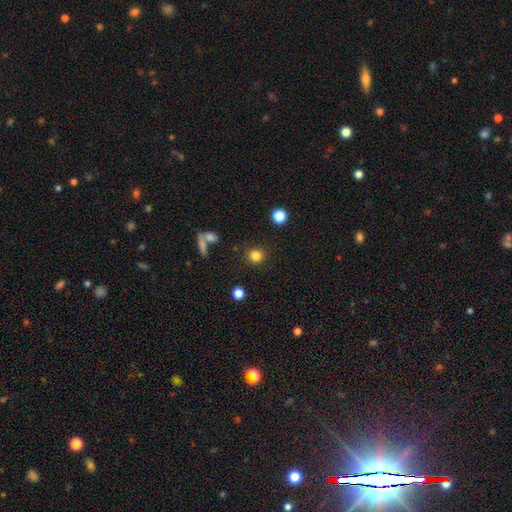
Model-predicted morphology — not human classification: Smooth or featured? smooth (83%)
How rounded? round (90%)
Merging? none (88%)